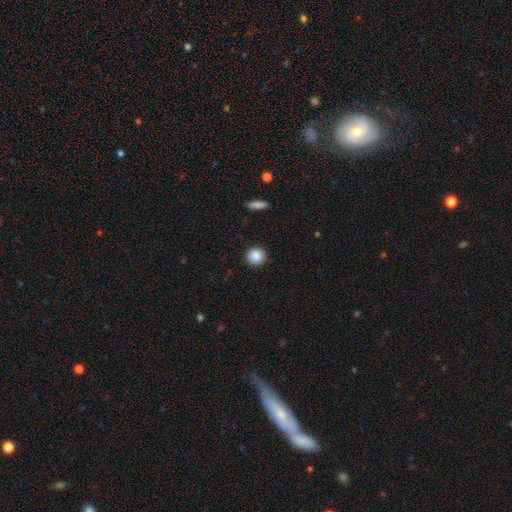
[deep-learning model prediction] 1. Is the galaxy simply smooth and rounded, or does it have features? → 87% smooth, 9% star or artifact, 5% featured or disk.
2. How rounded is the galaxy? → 92% round, 7% in between, 1% cigar-shaped.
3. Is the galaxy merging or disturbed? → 91% none, 6% minor disturbance, 2% major disturbance, 1% merger.